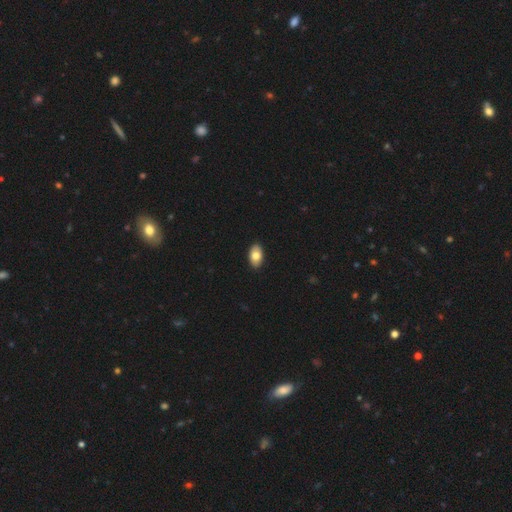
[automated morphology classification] Smooth or featured: smooth — 80% (featured or disk — 13%)
How rounded: in between — 93% (round — 6%)
Merging: none — 90% (minor disturbance — 7%)